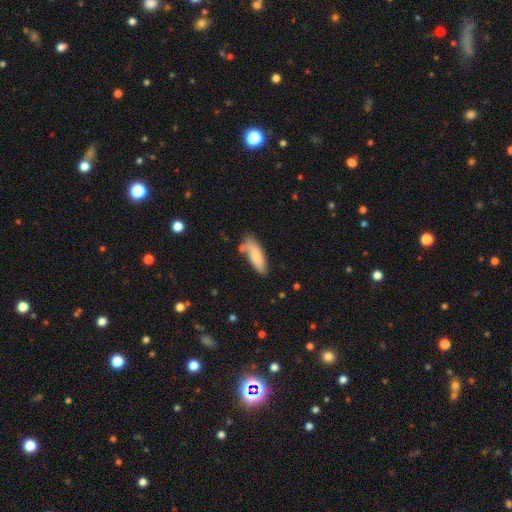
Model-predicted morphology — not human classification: Overall: smooth (80%). How rounded: in between (64%; cigar-shaped 34%). Merging: none (65%).